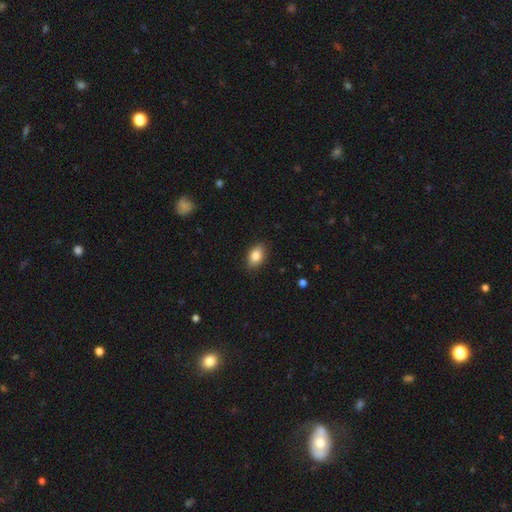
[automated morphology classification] Smooth or featured?
  - smooth: 85% *
  - star or artifact: 8%
  - featured or disk: 7%
How rounded?
  - in between: 87% *
  - round: 11%
  - cigar-shaped: 2%
Merging?
  - none: 87% *
  - minor disturbance: 10%
  - major disturbance: 2%
  - merger: 1%